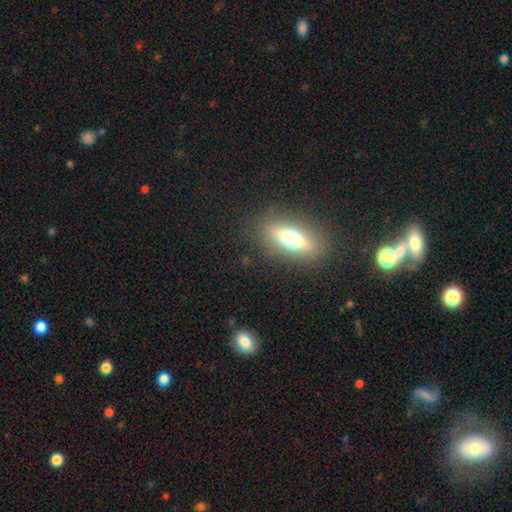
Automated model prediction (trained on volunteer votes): Smooth or featured? smooth (52%)
How rounded? in between (56%)
Merging? none (84%)